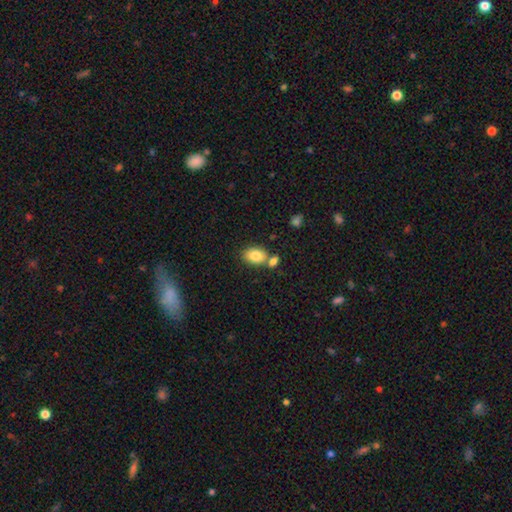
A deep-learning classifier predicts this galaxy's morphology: Smooth or featured? smooth (82%)
How rounded? in between (82%)
Merging? none (58%)